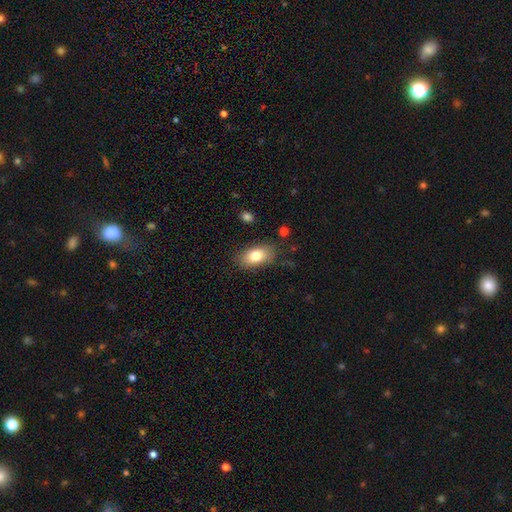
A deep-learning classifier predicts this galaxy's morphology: Smooth or featured: smooth — 78% (featured or disk — 14%)
How rounded: in between — 89% (round — 8%)
Merging: none — 82% (minor disturbance — 13%)